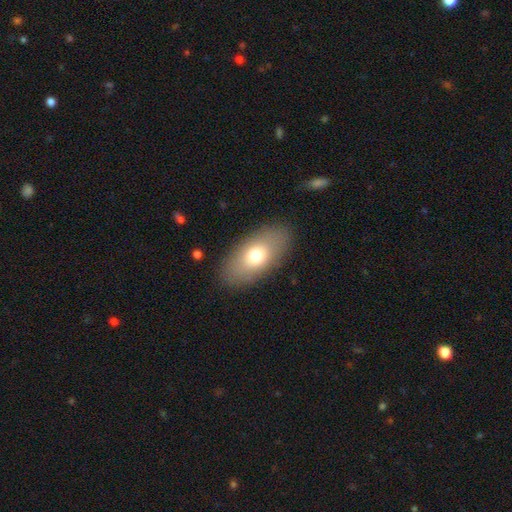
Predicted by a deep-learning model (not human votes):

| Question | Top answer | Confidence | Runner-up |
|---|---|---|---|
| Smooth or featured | smooth | 71% | featured or disk (21%) |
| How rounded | in between | 90% | round (5%) |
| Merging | none | 87% | minor disturbance (9%) |